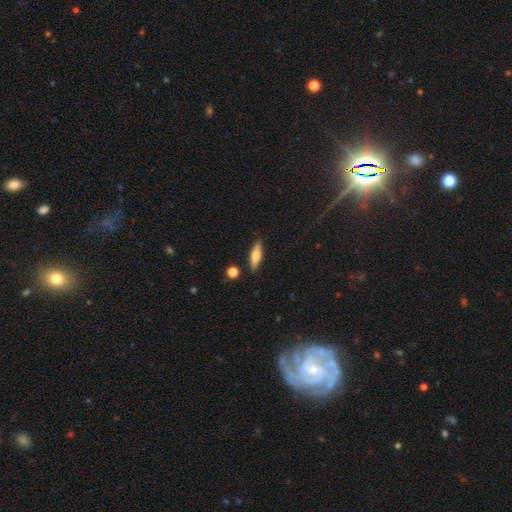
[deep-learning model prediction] A smooth galaxy with no disk features (58%) that is cigar-shaped (61%). Merging: none (87%).